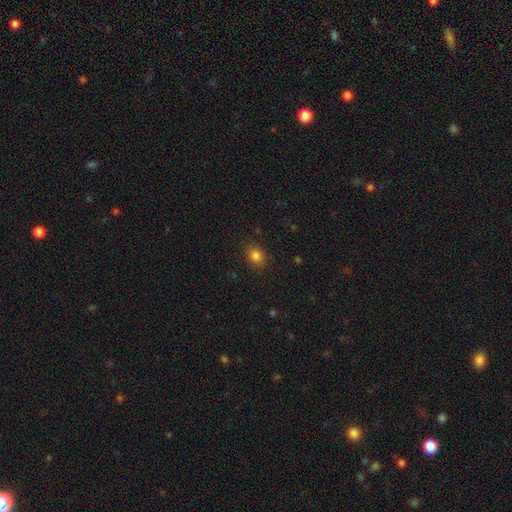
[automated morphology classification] A smooth galaxy with no disk features (82%) that is round (53%). Merging: none (87%).